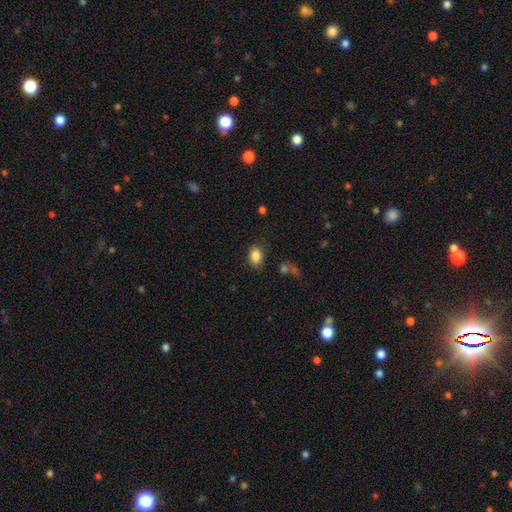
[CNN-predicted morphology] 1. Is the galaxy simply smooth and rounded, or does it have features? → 86% smooth, 9% star or artifact, 5% featured or disk.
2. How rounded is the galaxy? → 79% in between, 20% round, 1% cigar-shaped.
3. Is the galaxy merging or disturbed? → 82% none, 11% minor disturbance, 4% major disturbance, 3% merger.